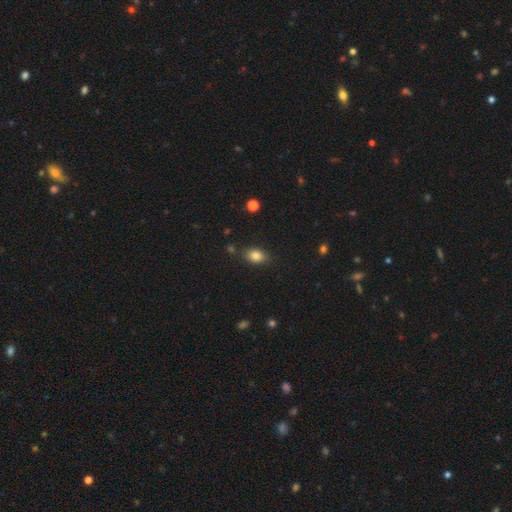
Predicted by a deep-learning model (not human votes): Smooth or featured?
  - smooth: 83% *
  - star or artifact: 10%
  - featured or disk: 7%
How rounded?
  - in between: 78% *
  - round: 21%
  - cigar-shaped: 2%
Merging?
  - none: 80% *
  - minor disturbance: 13%
  - major disturbance: 3%
  - merger: 3%